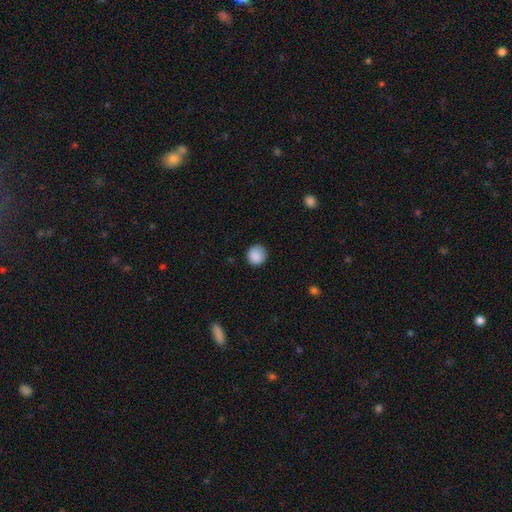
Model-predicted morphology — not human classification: type=smooth (89%); roundness=round (92%); merging=none (87%).